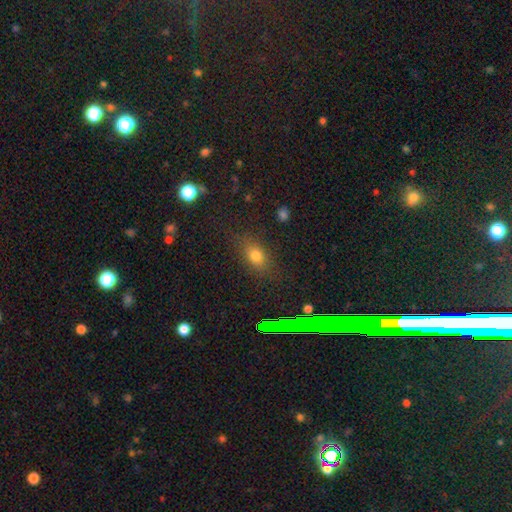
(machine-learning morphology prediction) The model was most divided on "how rounded": in between: 69%, round: 25%, cigar-shaped: 6%. More confident: merging — none (81%); smooth or featured — smooth (72%).